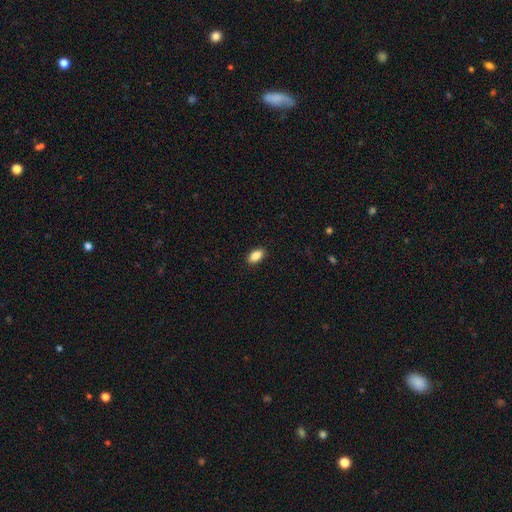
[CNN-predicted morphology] Smooth or featured? Predicted: smooth (p=0.89). How rounded? Predicted: in between (p=0.92). Merging? Predicted: none (p=0.90).